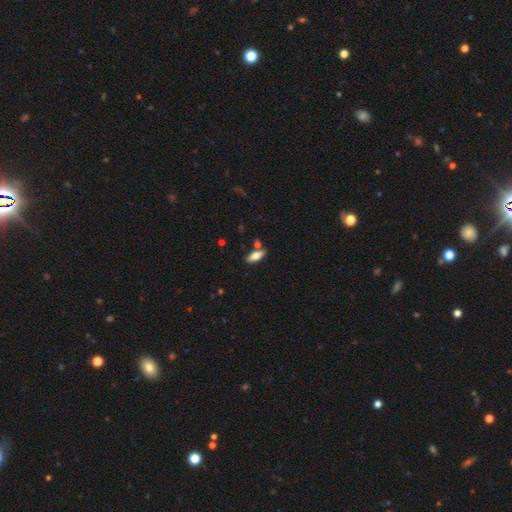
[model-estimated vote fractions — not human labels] Smooth or featured: smooth — 61% (featured or disk — 32%)
How rounded: in between — 69% (cigar-shaped — 28%)
Merging: none — 76% (minor disturbance — 11%)